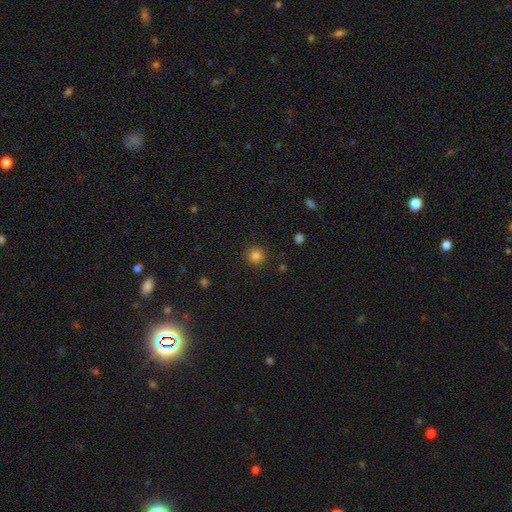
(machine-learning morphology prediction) Q: Smooth or featured?
A: smooth (84%); runner-up: star or artifact (12%)
Q: How rounded?
A: round (94%); runner-up: in between (5%)
Q: Merging?
A: none (90%); runner-up: minor disturbance (6%)